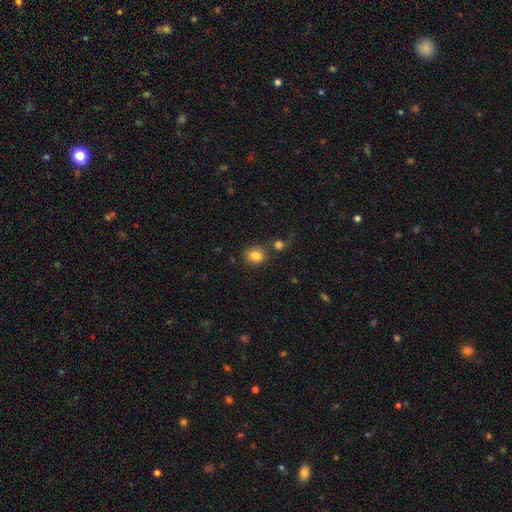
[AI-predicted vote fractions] Morphology: type=smooth (83%); roundness=round (65%); merging=none (68%).